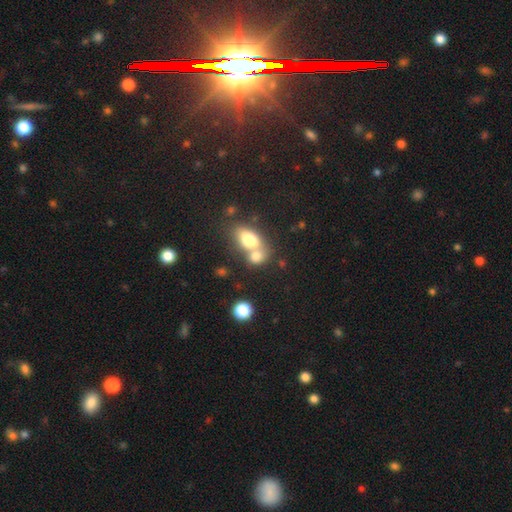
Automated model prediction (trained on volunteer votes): This appears to be a smooth galaxy with no disk features (76%) that is in between round and cigar-shaped (74%). Merging: merger (60%).